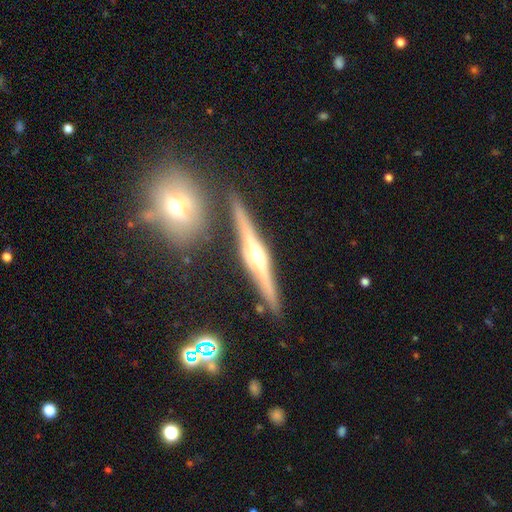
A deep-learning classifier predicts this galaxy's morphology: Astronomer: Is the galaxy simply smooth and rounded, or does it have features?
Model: featured or disk — 84%.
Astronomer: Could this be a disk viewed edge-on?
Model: yes — 98%.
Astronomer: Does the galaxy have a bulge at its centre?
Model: rounded — 89%.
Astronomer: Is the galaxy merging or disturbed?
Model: none — 88%.